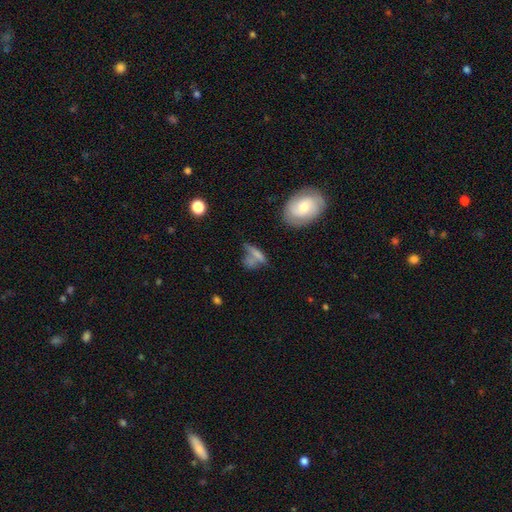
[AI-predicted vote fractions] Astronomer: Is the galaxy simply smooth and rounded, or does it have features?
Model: smooth — 63%.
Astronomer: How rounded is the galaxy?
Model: cigar-shaped — 50% (runner-up: in between, 39%).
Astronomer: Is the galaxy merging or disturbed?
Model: none — 42% (runner-up: merger, 33%).